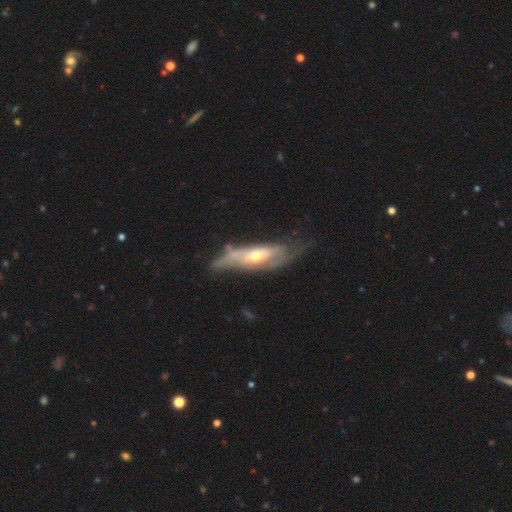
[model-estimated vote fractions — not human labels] A featured or disk galaxy (64%). Merging: none (36%).